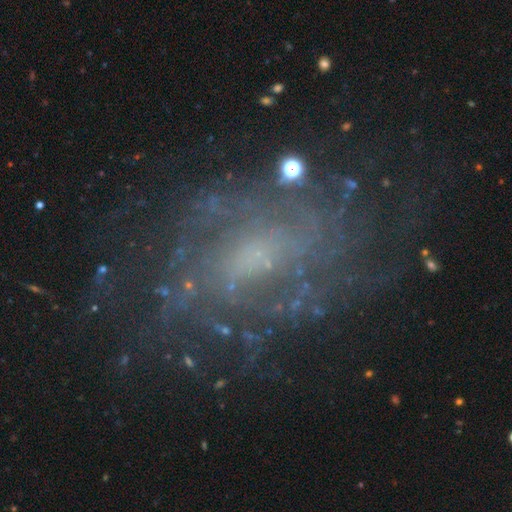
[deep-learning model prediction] Smooth or featured: featured or disk — 76% (star or artifact — 13%)
Edge-on disk: no — 96% (yes — 4%)
Bar: no — 55% (weak — 37%)
Spiral arms: yes — 75% (no — 25%)
Spiral winding: tight — 48% (medium — 35%)
Spiral arm count: can't tell — 59% (2 — 16%)
Bulge size: small — 48% (moderate — 31%)
Merging: none — 69% (minor disturbance — 17%)